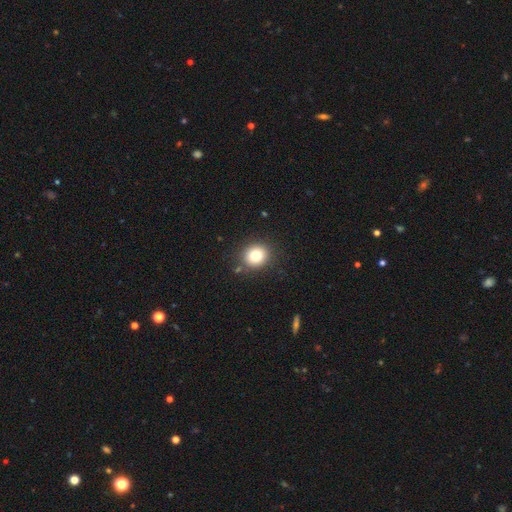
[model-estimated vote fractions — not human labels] A smooth galaxy with no disk features (79%) that is round (81%). Merging: none (86%).